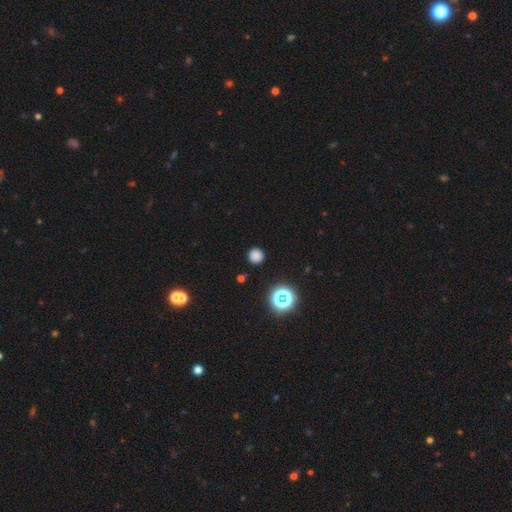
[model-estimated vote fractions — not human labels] Smooth or featured: smooth — 77% (star or artifact — 18%)
How rounded: round — 94% (in between — 5%)
Merging: none — 90% (minor disturbance — 6%)